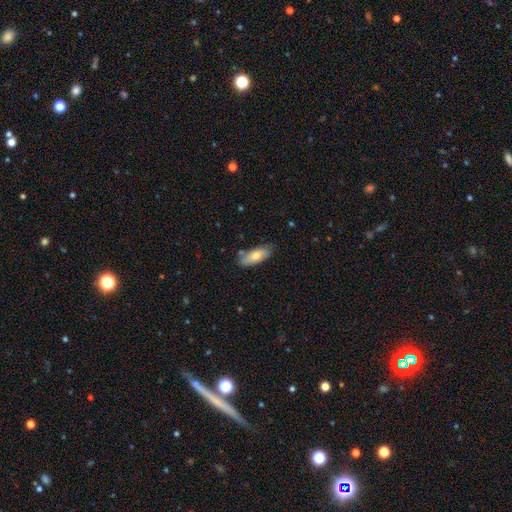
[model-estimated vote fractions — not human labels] smooth 73%, featured or disk 21%, star or artifact 6%. Down the decision tree: how rounded — in between (75%); merging — none (76%).